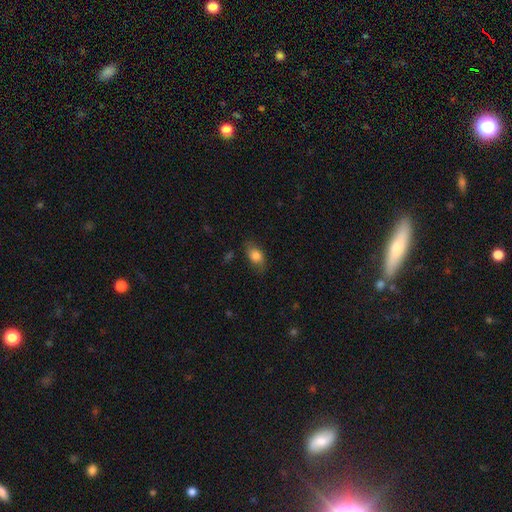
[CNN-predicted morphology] Smooth or featured? smooth (81%)
How rounded? in between (84%)
Merging? none (76%)